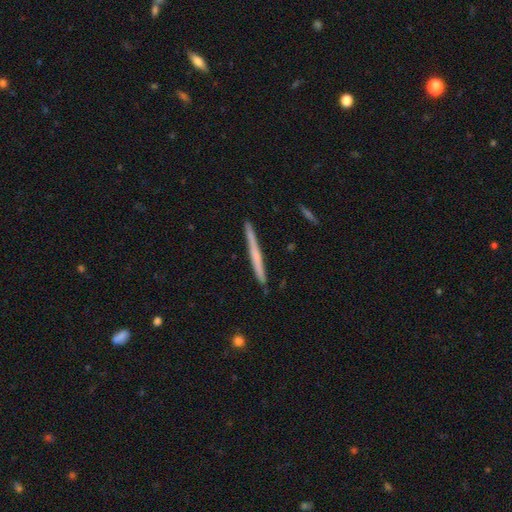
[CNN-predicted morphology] Smooth or featured? Predicted: smooth (p=0.48). Merging? Predicted: none (p=0.91).